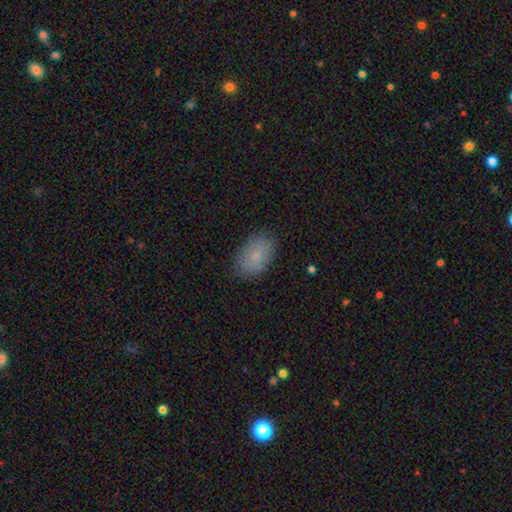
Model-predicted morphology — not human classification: This appears to be a smooth galaxy with no disk features (82%) that is in between round and cigar-shaped (90%). Merging: none (83%).